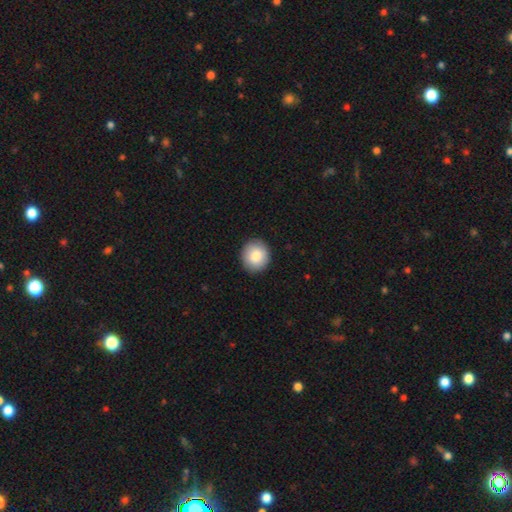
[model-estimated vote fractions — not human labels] This is clearly a smooth galaxy (84%). How rounded: clearly round (86%). Merging: clearly none (91%).